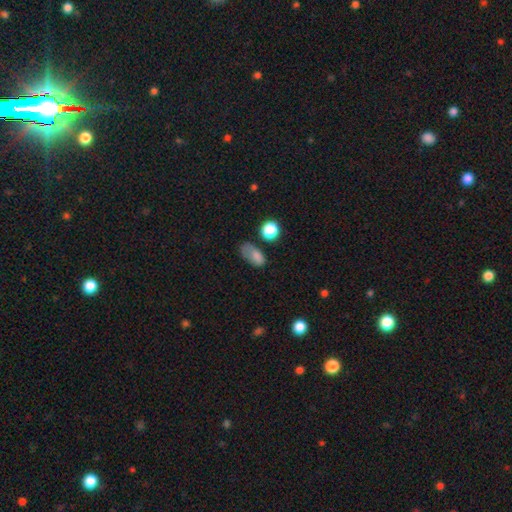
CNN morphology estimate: Smooth or featured? Predicted: smooth (p=0.78). How rounded? Predicted: in between (p=0.85). Merging? Predicted: none (p=0.38).